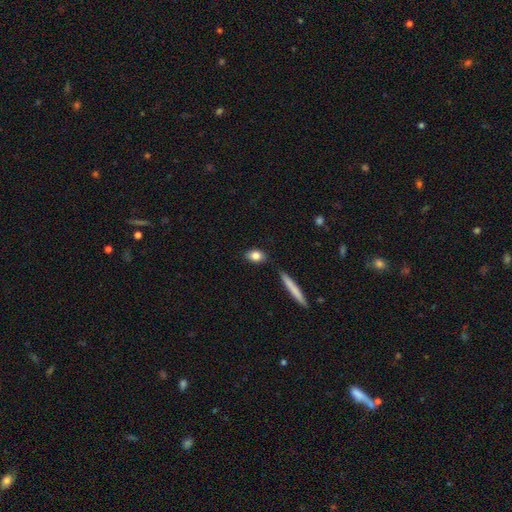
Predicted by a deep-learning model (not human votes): Smooth or featured? smooth (82%)
How rounded? in between (77%)
Merging? none (83%)